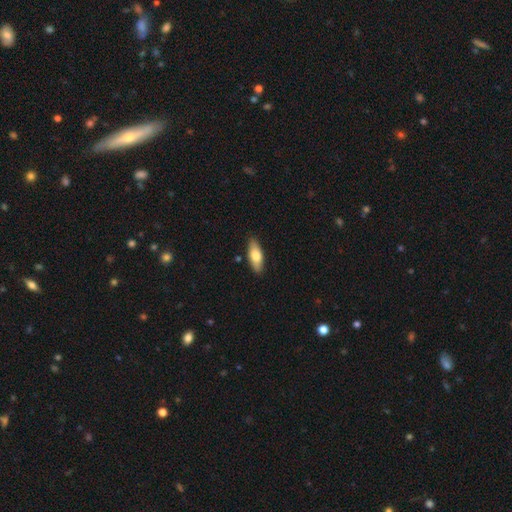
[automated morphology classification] Smooth or featured: smooth — 71% (featured or disk — 23%)
How rounded: in between — 73% (cigar-shaped — 25%)
Merging: none — 87% (minor disturbance — 10%)